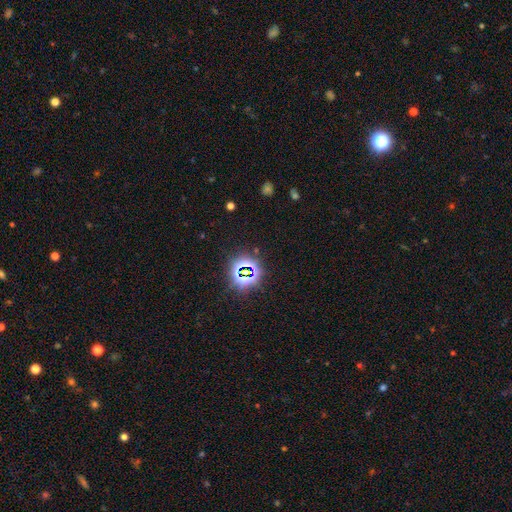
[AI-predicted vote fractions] The model was most divided on "smooth or featured": star or artifact: 78%, smooth: 14%, featured or disk: 8%.